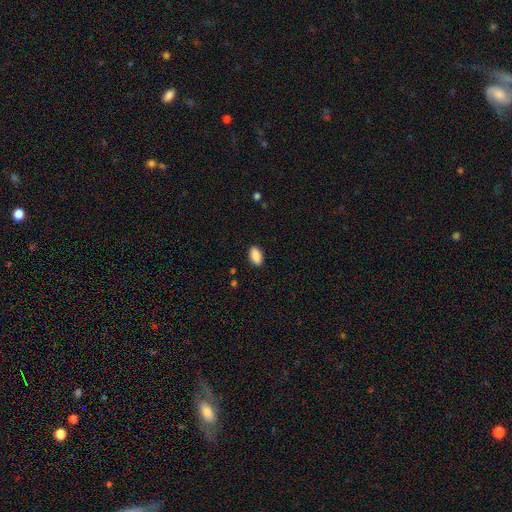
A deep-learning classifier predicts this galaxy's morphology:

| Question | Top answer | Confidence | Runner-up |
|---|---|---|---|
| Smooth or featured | smooth | 88% | star or artifact (7%) |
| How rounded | in between | 91% | cigar-shaped (4%) |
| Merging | none | 88% | minor disturbance (9%) |